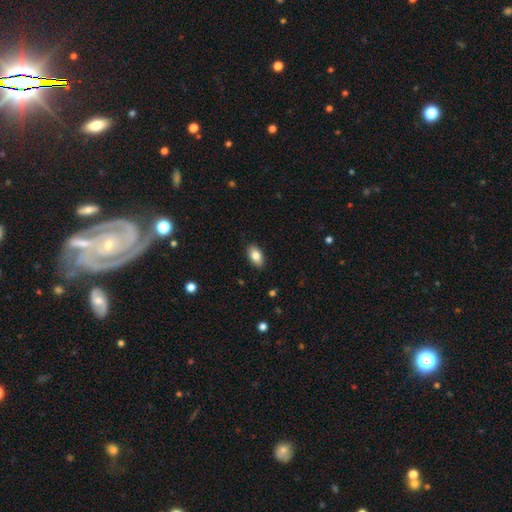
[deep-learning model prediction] smooth_or_featured: smooth (p=0.81) [alt: featured or disk p=0.11]
how_rounded: in between (p=0.92) [alt: round p=0.05]
merging: none (p=0.89) [alt: minor disturbance p=0.08]